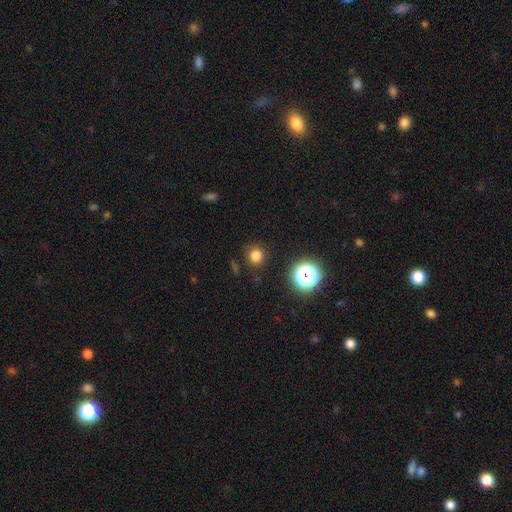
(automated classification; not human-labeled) Smooth or featured? Predicted: smooth (p=0.77). How rounded? Predicted: round (p=0.91). Merging? Predicted: none (p=0.88).